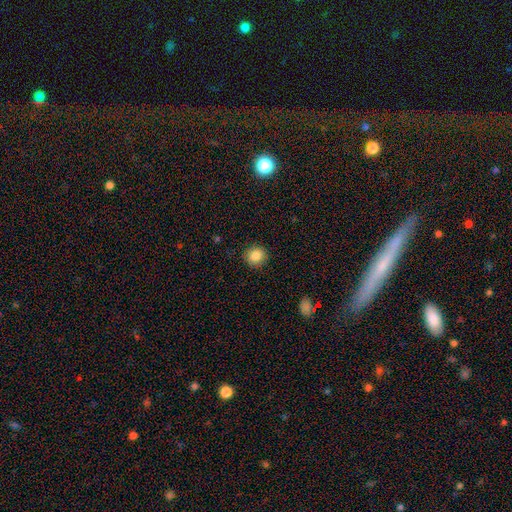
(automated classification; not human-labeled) smooth-or-featured: smooth: 85% | star or artifact: 9% | featured or disk: 5%
  how-rounded: round: 87% | in between: 12% | cigar-shaped: 1%
  merging: none: 90% | minor disturbance: 7% | major disturbance: 2% | merger: 1%